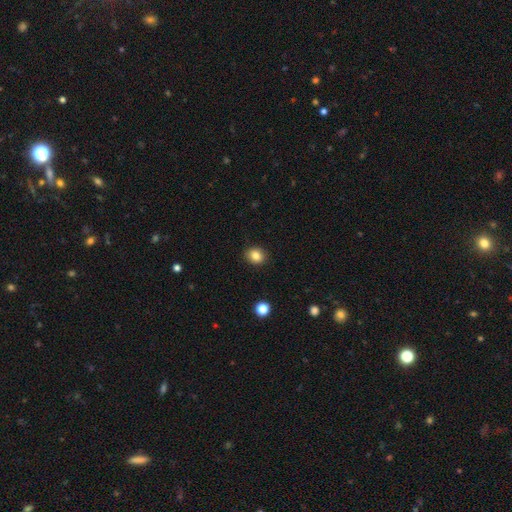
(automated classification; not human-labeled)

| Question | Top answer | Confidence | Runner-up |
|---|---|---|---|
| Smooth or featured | smooth | 83% | star or artifact (11%) |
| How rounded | round | 69% | in between (30%) |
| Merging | none | 90% | minor disturbance (7%) |